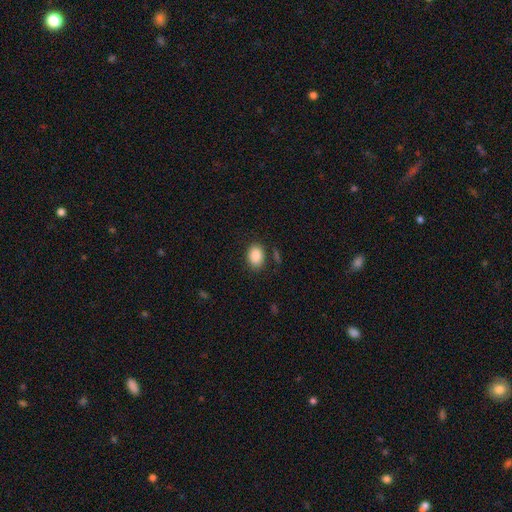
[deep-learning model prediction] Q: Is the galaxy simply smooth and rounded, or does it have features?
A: smooth — 88%.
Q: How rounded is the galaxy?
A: in between — 76%.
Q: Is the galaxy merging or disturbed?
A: none — 82%.